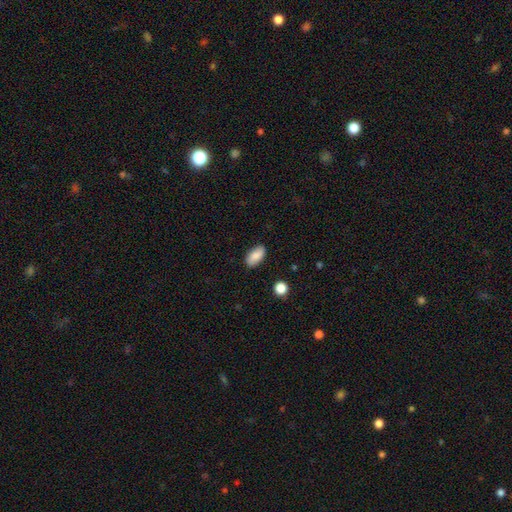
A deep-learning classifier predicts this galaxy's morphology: The model was most divided on "merging": none: 86%, minor disturbance: 11%, major disturbance: 2%, merger: 1%. More confident: how rounded — in between (92%); smooth or featured — smooth (86%).